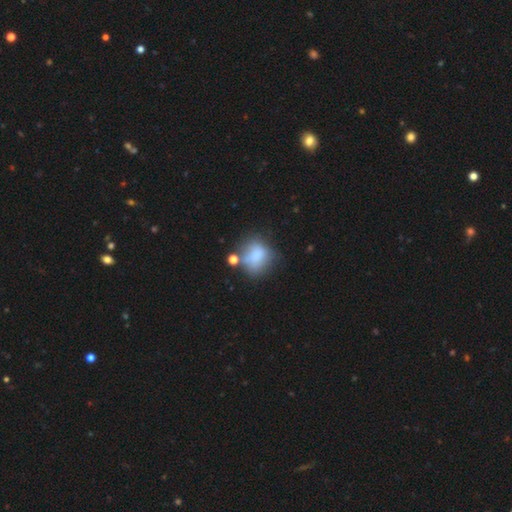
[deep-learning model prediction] smooth-or-featured: smooth: 72% | featured or disk: 17% | star or artifact: 11%
  how-rounded: round: 61% | in between: 38% | cigar-shaped: 1%
  merging: none: 43% | minor disturbance: 24% | merger: 19% | major disturbance: 15%